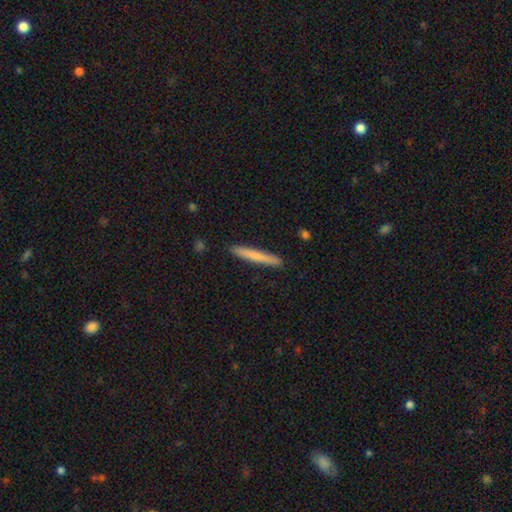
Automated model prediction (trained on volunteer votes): smooth 71%, featured or disk 24%, star or artifact 5%. Down the decision tree: how rounded — cigar-shaped (96%); merging — none (92%).